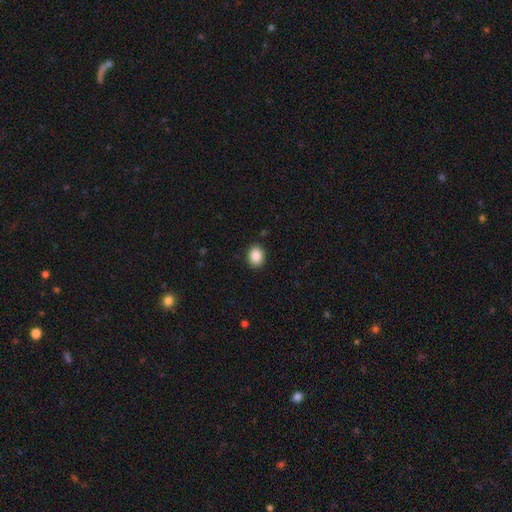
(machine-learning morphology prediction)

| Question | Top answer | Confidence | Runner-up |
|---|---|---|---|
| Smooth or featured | smooth | 88% | star or artifact (8%) |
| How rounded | in between | 61% | round (38%) |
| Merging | none | 89% | minor disturbance (8%) |